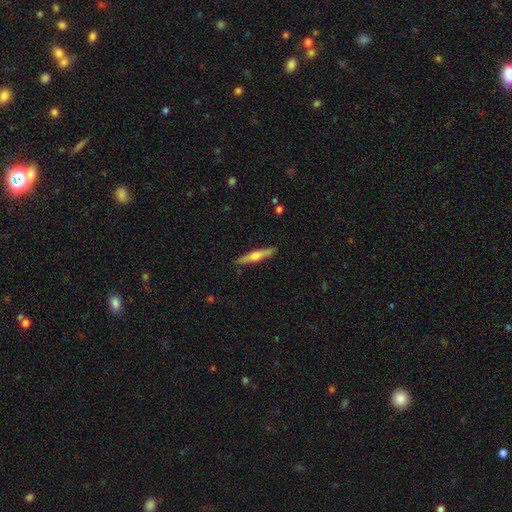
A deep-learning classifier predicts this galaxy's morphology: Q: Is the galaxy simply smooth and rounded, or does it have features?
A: featured or disk — 58%.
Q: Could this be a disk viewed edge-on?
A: yes — 96%.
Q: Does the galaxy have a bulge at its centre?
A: rounded — 88%.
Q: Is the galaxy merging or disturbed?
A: none — 88%.